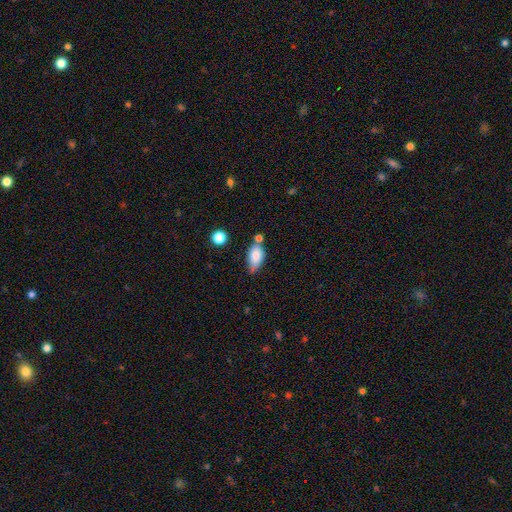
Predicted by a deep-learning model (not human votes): This is clearly a smooth galaxy (80%). How rounded: clearly in between (90%). Merging: possibly none (48%).